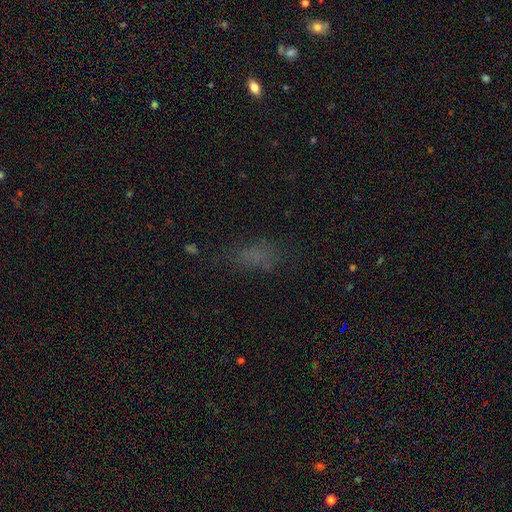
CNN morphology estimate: Smooth or featured: smooth — 63% (star or artifact — 25%)
How rounded: in between — 75% (cigar-shaped — 17%)
Merging: none — 62% (minor disturbance — 21%)